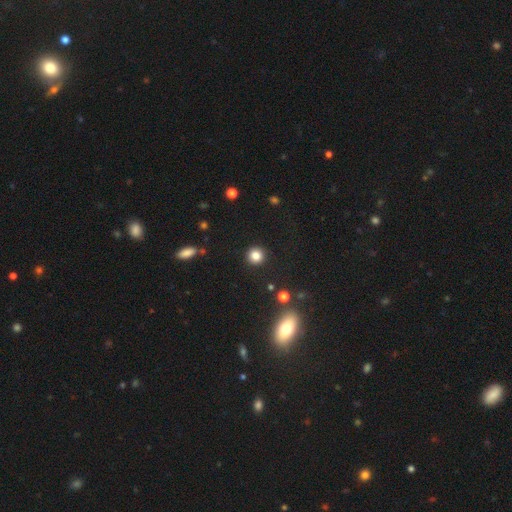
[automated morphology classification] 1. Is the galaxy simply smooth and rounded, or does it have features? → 84% smooth, 11% star or artifact, 5% featured or disk.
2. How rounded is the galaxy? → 92% round, 7% in between, 1% cigar-shaped.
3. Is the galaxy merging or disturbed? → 90% none, 6% minor disturbance, 2% major disturbance, 2% merger.